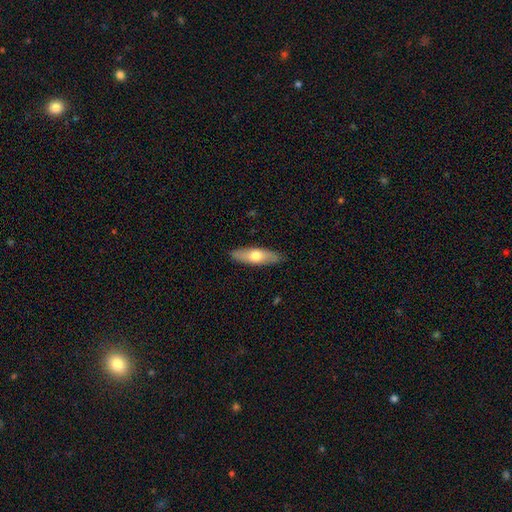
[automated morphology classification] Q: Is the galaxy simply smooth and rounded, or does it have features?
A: smooth — 60%.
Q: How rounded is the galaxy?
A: in between — 51%.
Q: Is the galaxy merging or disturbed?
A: none — 87%.